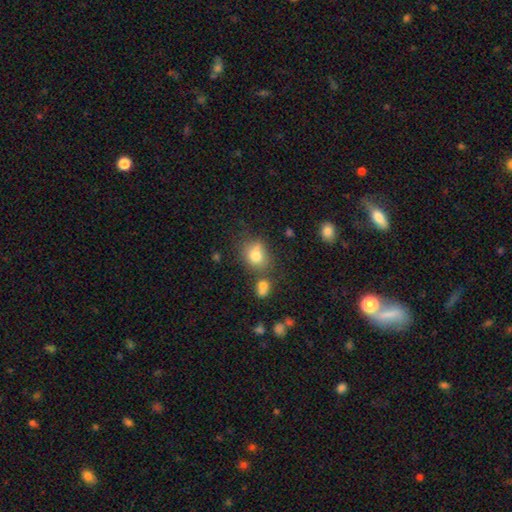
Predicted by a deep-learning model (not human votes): smooth_or_featured: smooth (p=0.76) [alt: featured or disk p=0.12]
how_rounded: in between (p=0.50) [alt: round p=0.49]
merging: none (p=0.51) [alt: minor disturbance p=0.22]